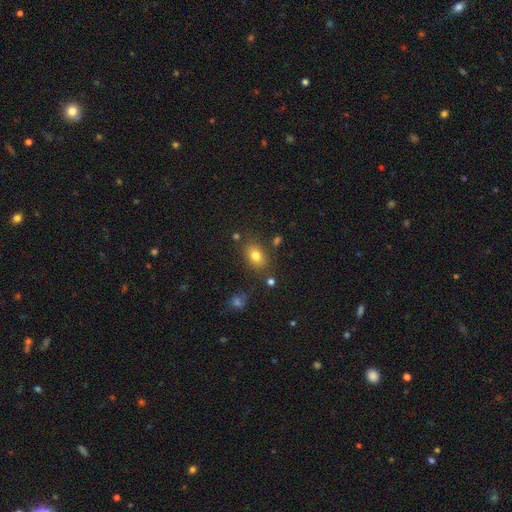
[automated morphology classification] This appears to be a smooth galaxy with no disk features (79%) that is in between round and cigar-shaped (77%). Merging: none (79%).